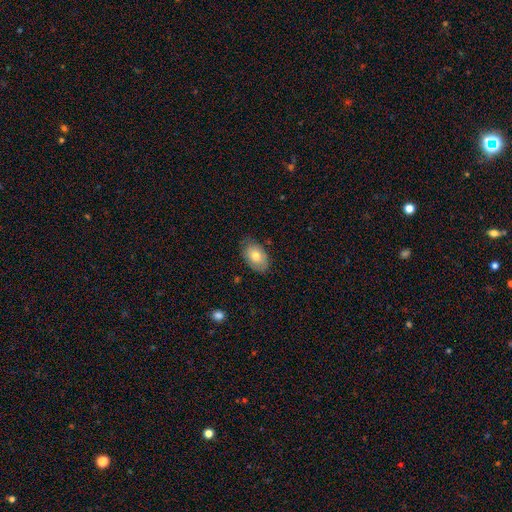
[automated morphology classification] Overall: smooth (71%). How rounded: in between (89%). Merging: none (76%).